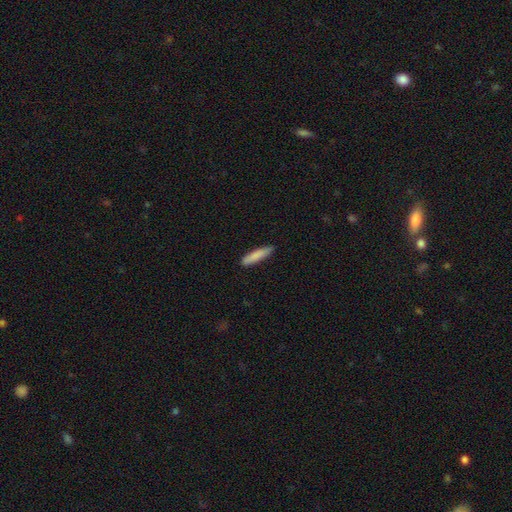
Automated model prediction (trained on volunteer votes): This appears to be a smooth galaxy with no disk features (85%) that is cigar-shaped (84%). Merging: none (87%).